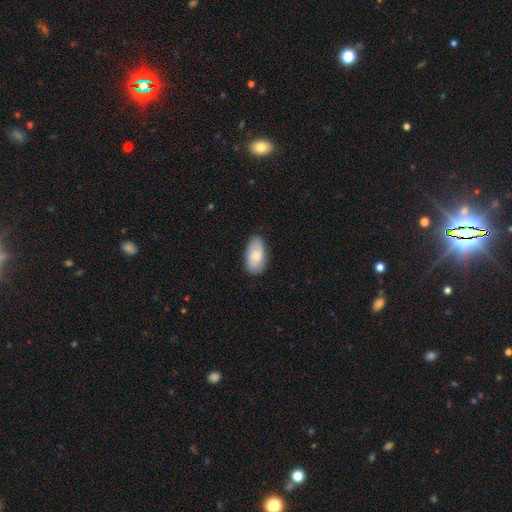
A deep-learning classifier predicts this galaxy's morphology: smooth-or-featured: smooth: 76% | featured or disk: 19% | star or artifact: 6%
  how-rounded: in between: 94% | round: 3% | cigar-shaped: 3%
  merging: none: 79% | minor disturbance: 17% | major disturbance: 3% | merger: 1%